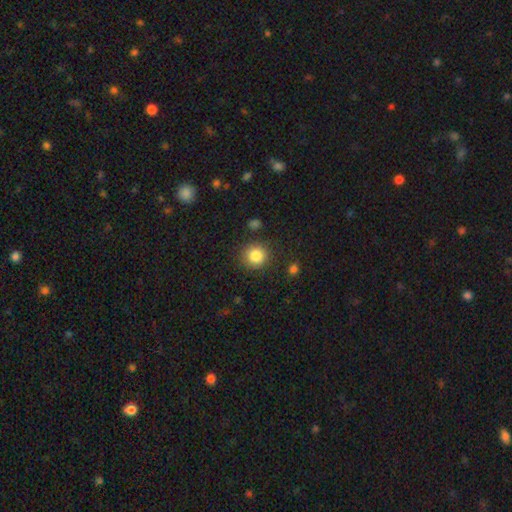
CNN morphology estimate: Overall: smooth (84%). How rounded: round (90%). Merging: none (87%).